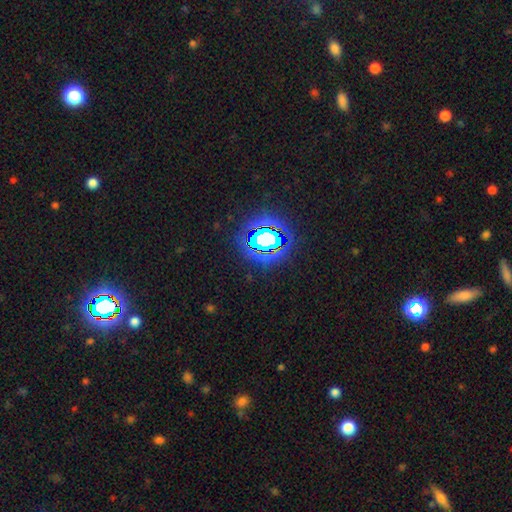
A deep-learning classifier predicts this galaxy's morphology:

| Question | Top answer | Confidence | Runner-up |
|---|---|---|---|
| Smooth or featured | star or artifact | 82% | smooth (11%) |